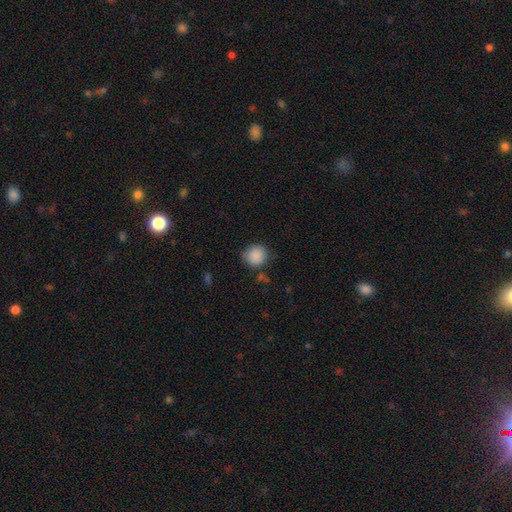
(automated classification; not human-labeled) smooth_or_featured: smooth (p=0.88) [alt: star or artifact p=0.08]
how_rounded: round (p=0.87) [alt: in between p=0.12]
merging: none (p=0.79) [alt: minor disturbance p=0.15]